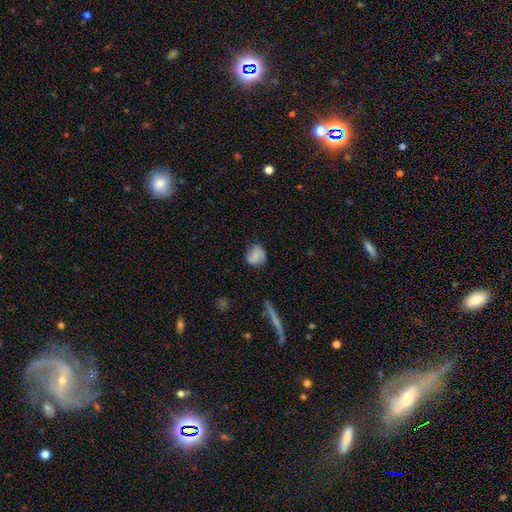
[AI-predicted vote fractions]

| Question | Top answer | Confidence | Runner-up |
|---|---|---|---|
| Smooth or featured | smooth | 68% | featured or disk (23%) |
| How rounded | round | 71% | in between (28%) |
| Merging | none | 72% | minor disturbance (20%) |